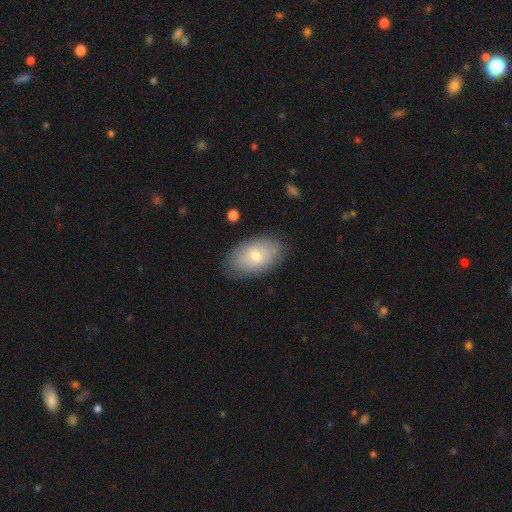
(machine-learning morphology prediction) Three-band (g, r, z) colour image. It shows a smooth galaxy with no disk features (69%) that is in between round and cigar-shaped (92%). Merging: none (83%).